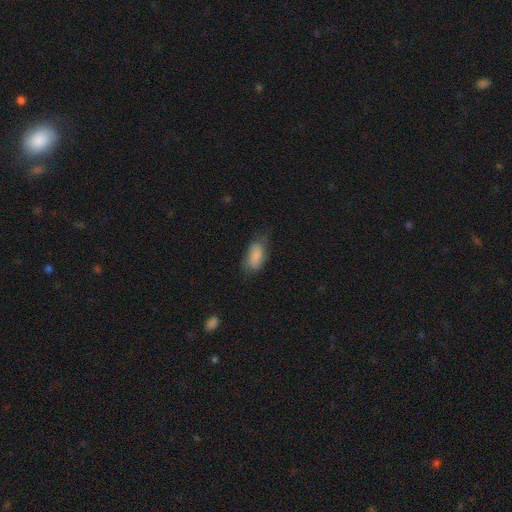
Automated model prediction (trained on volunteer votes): A smooth galaxy with no disk features (79%) that is in between round and cigar-shaped (90%). Merging: none (57%).